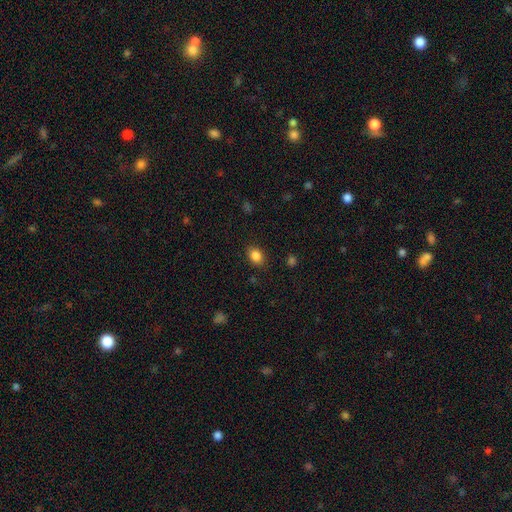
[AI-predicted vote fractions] smooth-or-featured: smooth: 86% | star or artifact: 10% | featured or disk: 4%
  how-rounded: in between: 67% | round: 32% | cigar-shaped: 1%
  merging: none: 86% | minor disturbance: 10% | major disturbance: 3% | merger: 1%